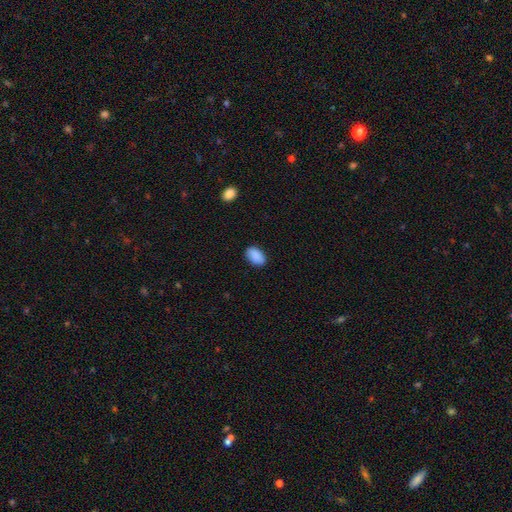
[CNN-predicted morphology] A smooth galaxy with no disk features (90%) that is in between round and cigar-shaped (91%).

Vote fractions:
- Smooth or featured? smooth: 90% / star or artifact: 7% / featured or disk: 3%
- How rounded? in between: 91% / round: 8% / cigar-shaped: 1%
- Merging? none: 85% / minor disturbance: 11% / major disturbance: 2% / merger: 1%